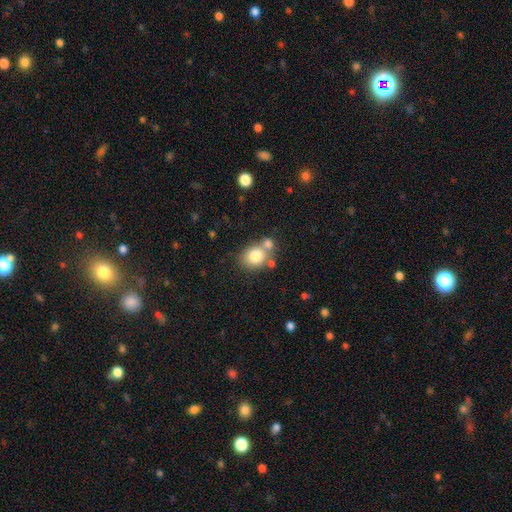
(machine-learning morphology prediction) Overall: smooth (79%). How rounded: round (61%; in between 38%). Merging: none (52%; merger 31%).